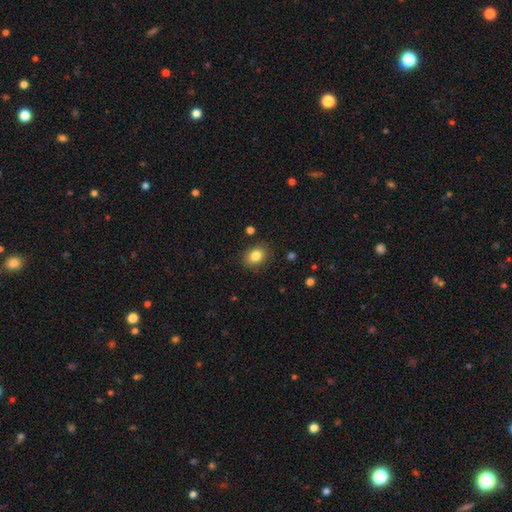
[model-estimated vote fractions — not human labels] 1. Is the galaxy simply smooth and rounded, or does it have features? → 84% smooth, 10% star or artifact, 7% featured or disk.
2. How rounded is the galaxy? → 60% in between, 39% round, 1% cigar-shaped.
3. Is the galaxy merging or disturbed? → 85% none, 11% minor disturbance, 3% major disturbance, 2% merger.